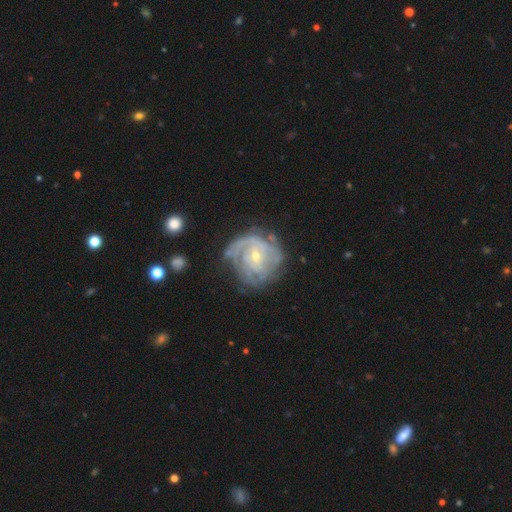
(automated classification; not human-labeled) smooth-or-featured: featured or disk: 83% | smooth: 10% | star or artifact: 7%
  disk-edge-on: no: 98% | yes: 2%
    bar: no: 62% | weak: 30% | strong: 7%
    has-spiral-arms: yes: 91% | no: 9%
      spiral-winding: tight: 66% | medium: 26% | loose: 7%
      spiral-arm-count: can't tell: 39% | 3: 20% | 2: 19% | 4: 11% | 1: 6% | more than 4: 6%
    bulge-size: small: 69% | moderate: 28% | none: 1% | large: 1% | dominant: 1%
  merging: none: 58% | minor disturbance: 24% | major disturbance: 15% | merger: 3%